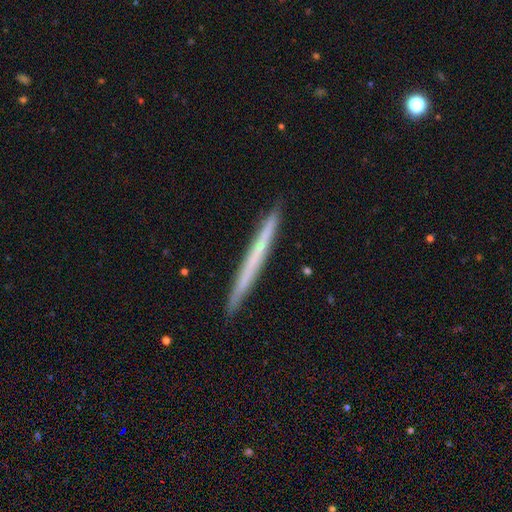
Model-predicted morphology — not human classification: smooth-or-featured: smooth: 49% | featured or disk: 45% | star or artifact: 6%
  merging: none: 92% | minor disturbance: 6% | major disturbance: 1% | merger: 1%